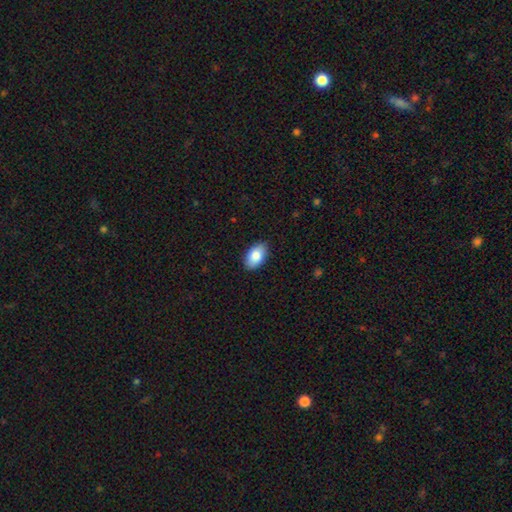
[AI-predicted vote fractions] A smooth galaxy with no disk features (85%) that is in between round and cigar-shaped (94%). Merging: none (87%).